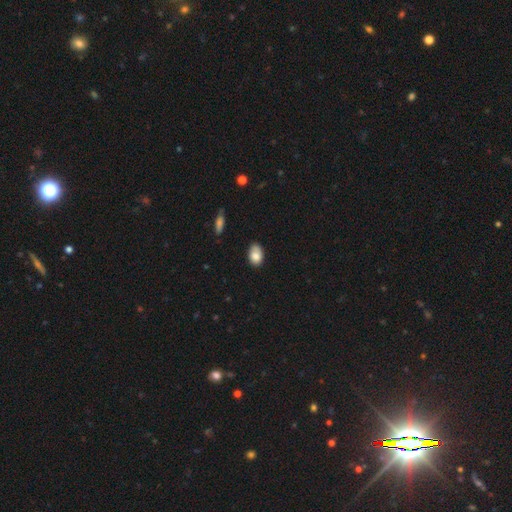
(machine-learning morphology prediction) Overall: smooth (84%). How rounded: in between (86%). Merging: none (68%).